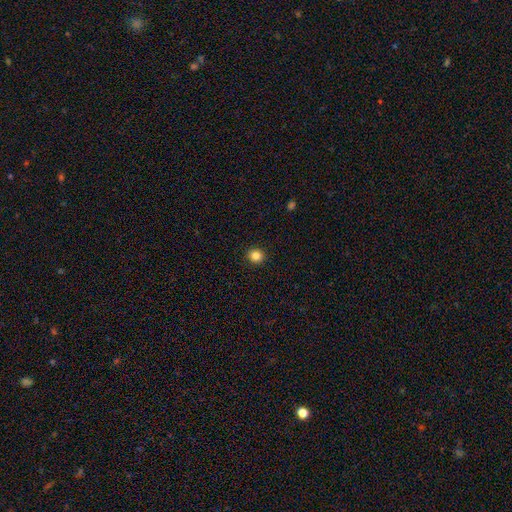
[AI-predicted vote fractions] Smooth or featured? smooth (84%)
How rounded? round (87%)
Merging? none (93%)